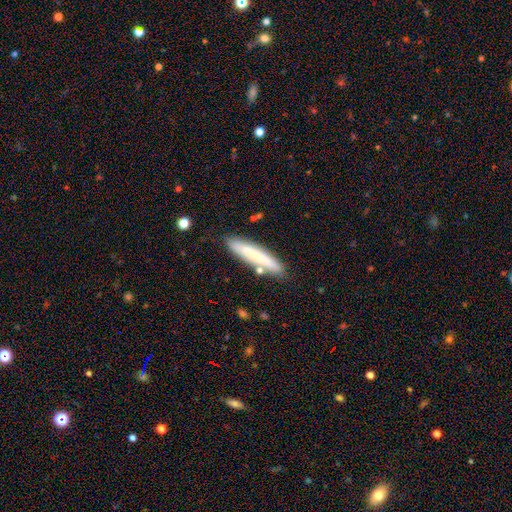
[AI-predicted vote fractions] smooth_or_featured: smooth (p=0.68) [alt: featured or disk p=0.25]
how_rounded: cigar-shaped (p=0.89) [alt: in between p=0.10]
merging: none (p=0.81) [alt: minor disturbance p=0.12]